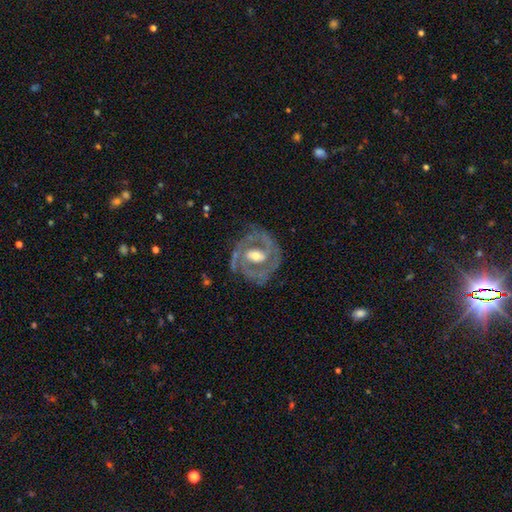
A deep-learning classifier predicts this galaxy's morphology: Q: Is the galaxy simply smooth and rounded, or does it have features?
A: featured or disk — 84%.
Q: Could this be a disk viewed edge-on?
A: no — 97%.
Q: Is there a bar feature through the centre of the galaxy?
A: weak — 41%.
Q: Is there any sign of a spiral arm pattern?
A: yes — 82%.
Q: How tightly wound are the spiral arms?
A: tight — 52%.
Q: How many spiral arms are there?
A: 2 — 64%.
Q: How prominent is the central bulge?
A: moderate — 65%.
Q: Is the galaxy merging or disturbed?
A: none — 74%.